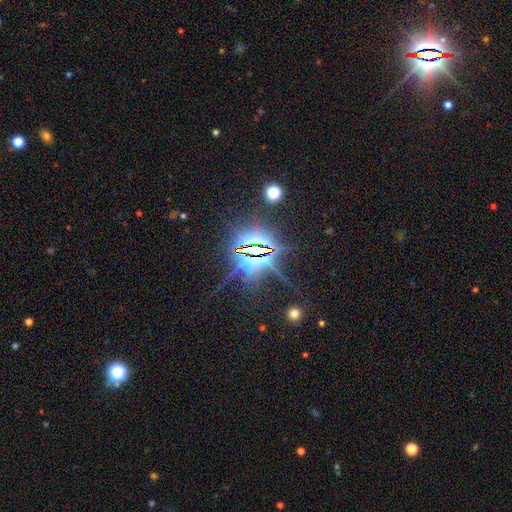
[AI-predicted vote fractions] This is clearly a star or artifact rather than a galaxy (82%).